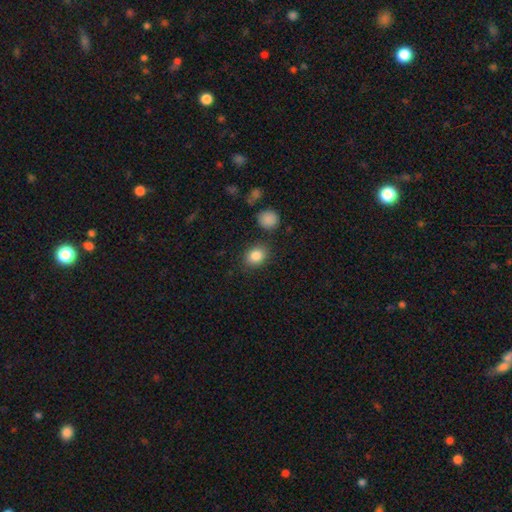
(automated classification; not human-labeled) This appears to be a smooth galaxy with no disk features (85%) that is in between round and cigar-shaped (50%). Merging: none (81%).